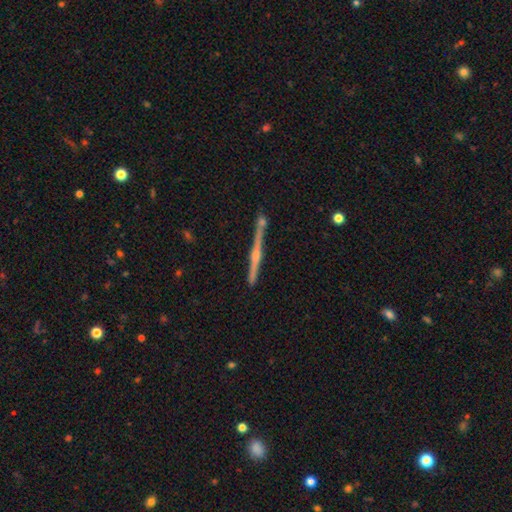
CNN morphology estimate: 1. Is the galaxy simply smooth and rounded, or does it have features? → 79% featured or disk, 14% smooth, 7% star or artifact.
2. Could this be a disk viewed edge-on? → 98% yes, 2% no.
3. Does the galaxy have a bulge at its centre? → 77% rounded, 15% none, 8% boxy.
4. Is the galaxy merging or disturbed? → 79% none, 10% minor disturbance, 8% merger, 3% major disturbance.